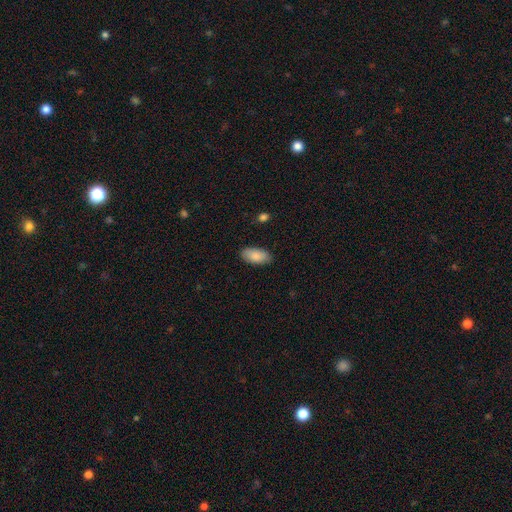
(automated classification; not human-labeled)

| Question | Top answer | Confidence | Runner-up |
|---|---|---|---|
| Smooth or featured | smooth | 87% | featured or disk (7%) |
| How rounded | in between | 93% | cigar-shaped (5%) |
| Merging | none | 86% | minor disturbance (11%) |